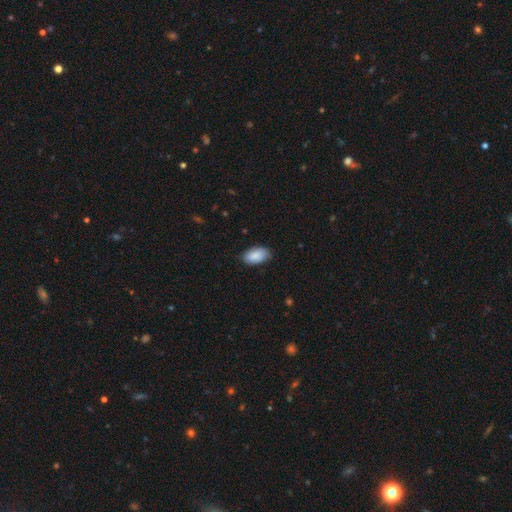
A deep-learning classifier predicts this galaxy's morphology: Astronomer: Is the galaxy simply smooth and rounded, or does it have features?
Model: smooth — 86%.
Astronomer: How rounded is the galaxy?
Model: in between — 95%.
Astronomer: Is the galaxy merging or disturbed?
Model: none — 81%.